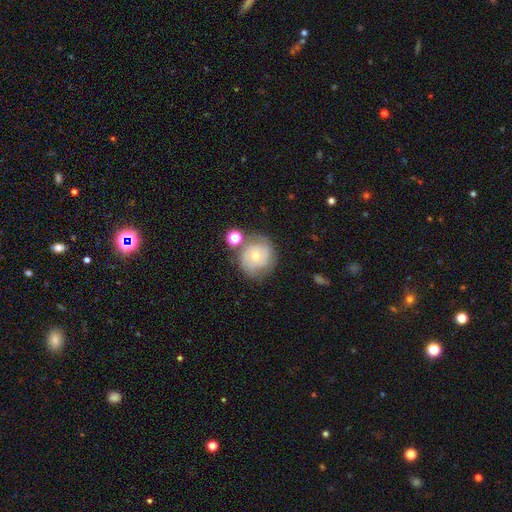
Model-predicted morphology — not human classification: Smooth or featured: featured or disk — 60% (smooth — 32%)
Edge-on disk: no — 97% (yes — 3%)
Bar: no — 78% (weak — 18%)
Spiral arms: yes — 83% (no — 17%)
Bulge size: small — 58% (moderate — 37%)
Merging: none — 63% (minor disturbance — 18%)